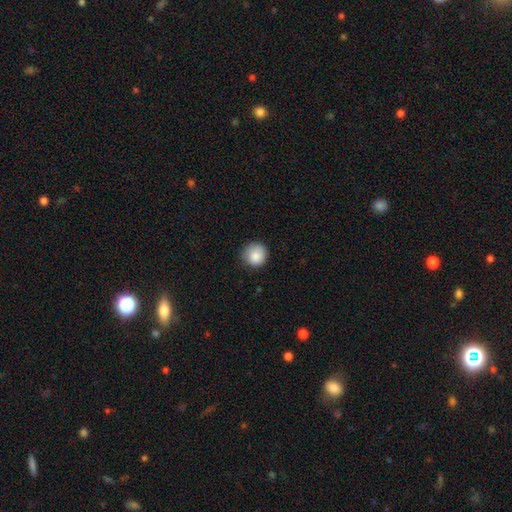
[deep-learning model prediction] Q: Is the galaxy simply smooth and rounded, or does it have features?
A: smooth — 86%.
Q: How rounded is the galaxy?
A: round — 93%.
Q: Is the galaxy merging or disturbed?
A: none — 81%.